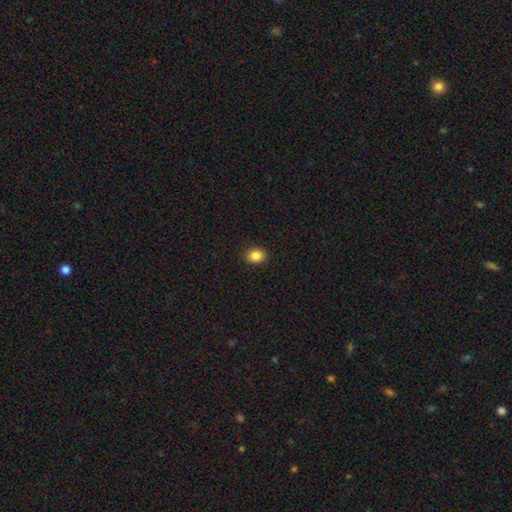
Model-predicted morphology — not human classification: Smooth or featured: smooth — 86% (star or artifact — 9%)
How rounded: in between — 53% (round — 46%)
Merging: none — 90% (minor disturbance — 7%)